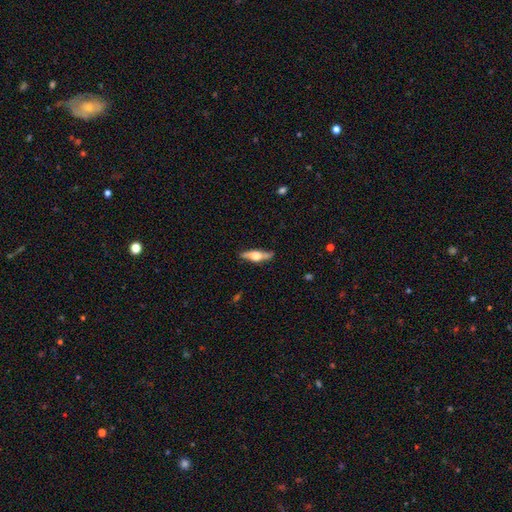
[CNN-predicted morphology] A featured or disk galaxy (61%) viewed edge-on (89%) with a rounded central bulge (93%). Merging: none (83%).